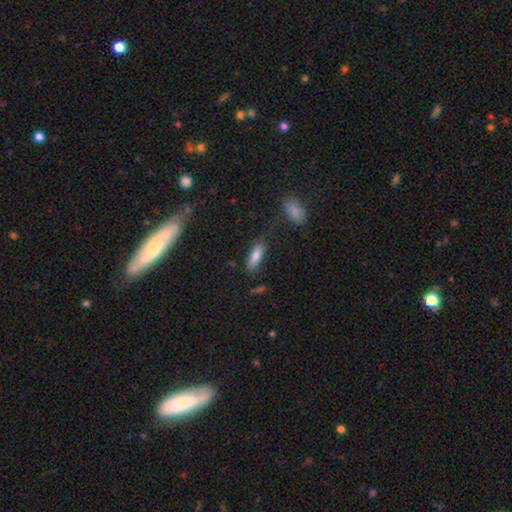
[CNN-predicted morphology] A smooth galaxy with no disk features (78%) that is in between round and cigar-shaped (60%).

Vote fractions:
- Smooth or featured? smooth: 78% / featured or disk: 14% / star or artifact: 8%
- How rounded? in between: 60% / cigar-shaped: 37% / round: 2%
- Merging? none: 74% / minor disturbance: 17% / major disturbance: 5% / merger: 4%